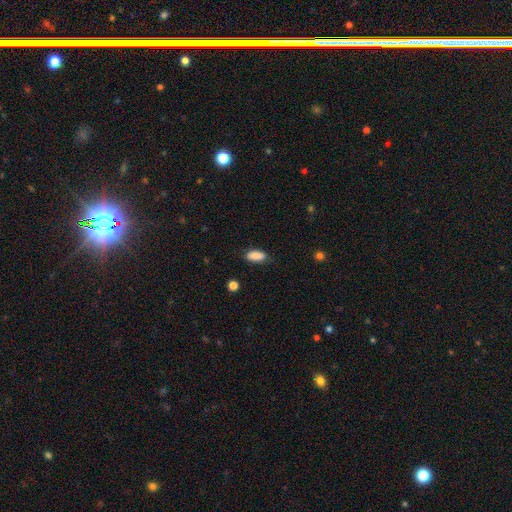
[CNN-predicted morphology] This is clearly a smooth galaxy (87%). How rounded: likely in between (80%). Merging: likely none (78%).